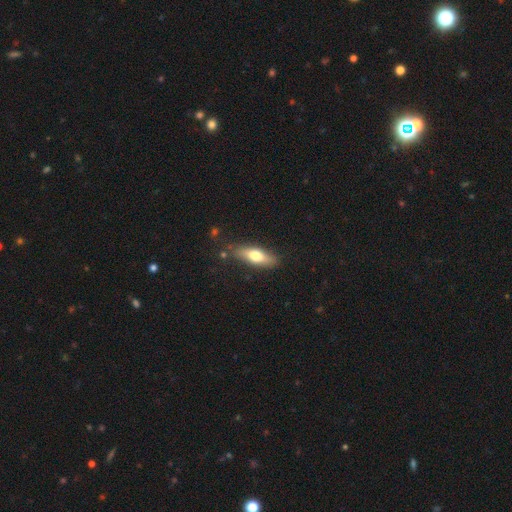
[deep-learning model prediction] Q: Smooth or featured?
A: smooth (64%); runner-up: featured or disk (30%)
Q: How rounded?
A: in between (52%); runner-up: cigar-shaped (45%)
Q: Merging?
A: none (80%); runner-up: minor disturbance (14%)